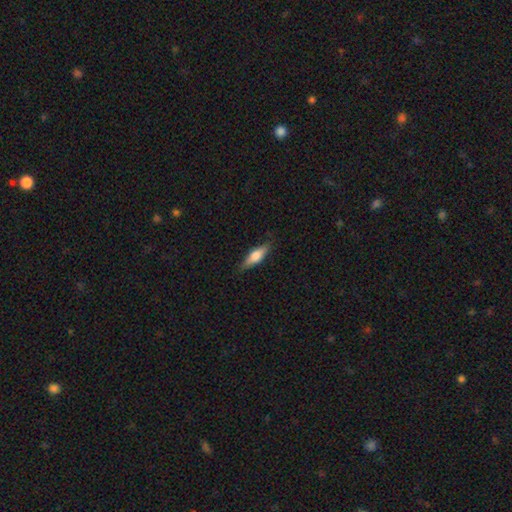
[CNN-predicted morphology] smooth 61%, featured or disk 32%, star or artifact 6%. Down the decision tree: how rounded — in between (49%); merging — none (84%).